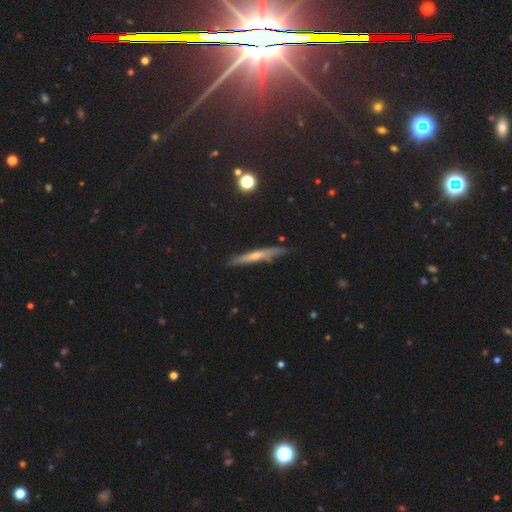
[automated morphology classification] Overall: featured or disk (49%; smooth 41%). Merging: none (82%).